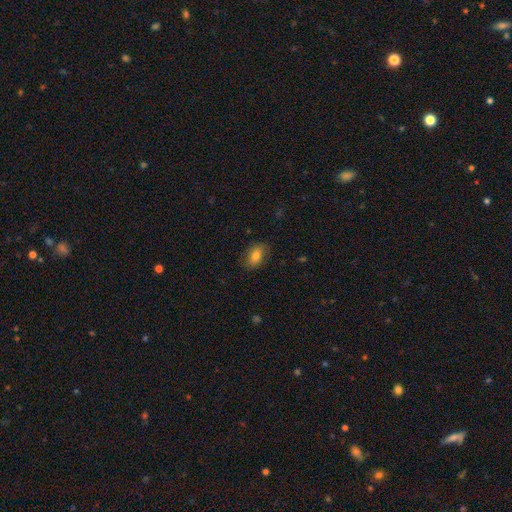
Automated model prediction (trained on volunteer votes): Q: Smooth or featured?
A: smooth (77%); runner-up: featured or disk (15%)
Q: How rounded?
A: in between (87%); runner-up: round (11%)
Q: Merging?
A: none (81%); runner-up: minor disturbance (15%)